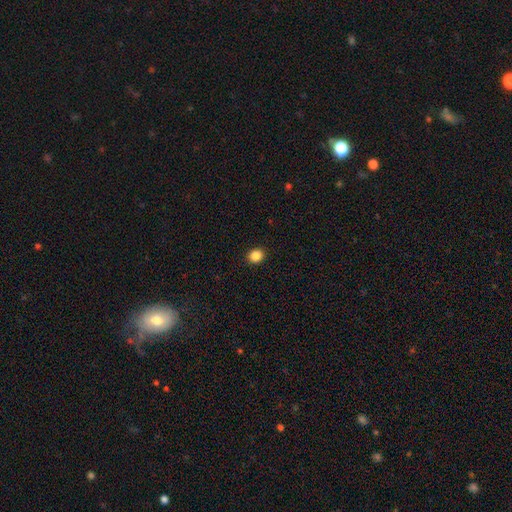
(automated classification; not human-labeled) A smooth galaxy with no disk features (87%) that is round (78%). Merging: none (93%).